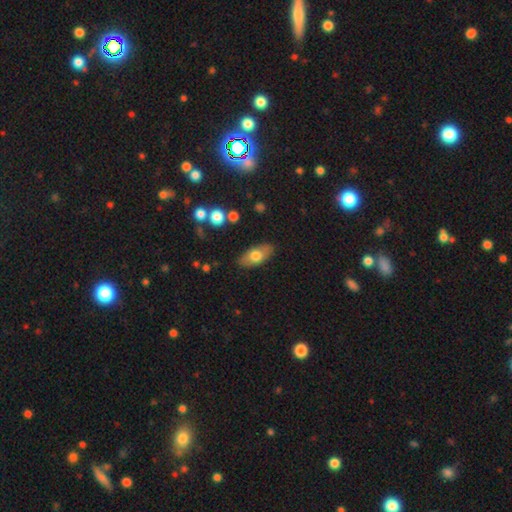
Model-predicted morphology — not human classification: Smooth or featured: smooth — 67% (featured or disk — 26%)
How rounded: in between — 87% (cigar-shaped — 8%)
Merging: none — 84% (minor disturbance — 12%)